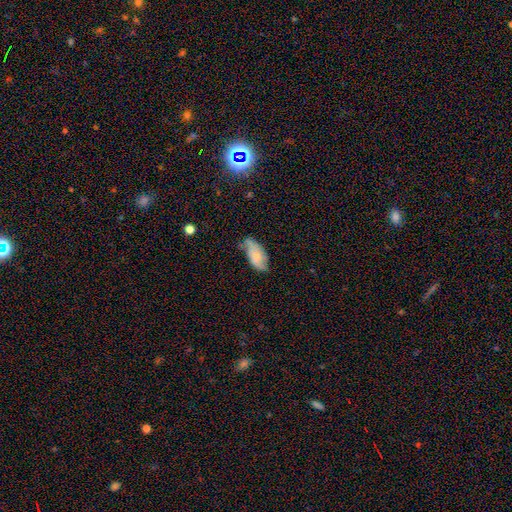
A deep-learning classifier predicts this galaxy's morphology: smooth_or_featured: smooth (p=0.47) [alt: featured or disk p=0.46]
merging: none (p=0.49) [alt: minor disturbance p=0.36]